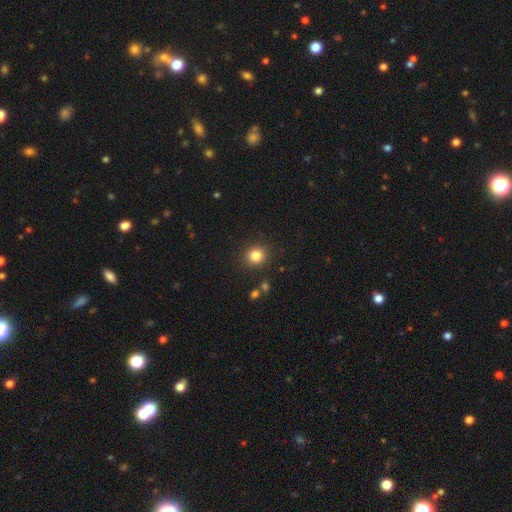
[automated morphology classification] Smooth or featured?
  - smooth: 83% *
  - star or artifact: 12%
  - featured or disk: 5%
How rounded?
  - round: 85% *
  - in between: 14%
  - cigar-shaped: 1%
Merging?
  - none: 87% *
  - minor disturbance: 8%
  - major disturbance: 3%
  - merger: 2%